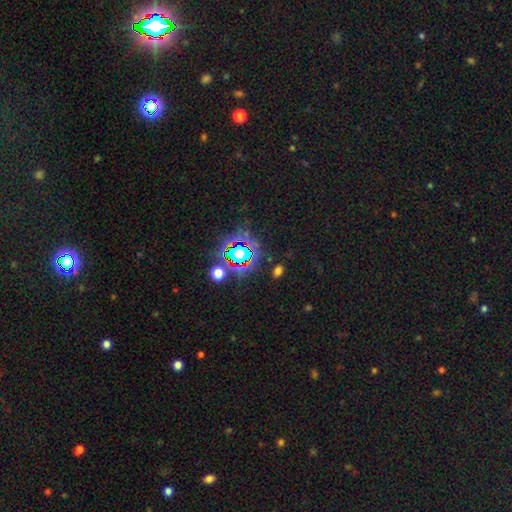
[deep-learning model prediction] smooth-or-featured: star or artifact: 81% | smooth: 11% | featured or disk: 8%